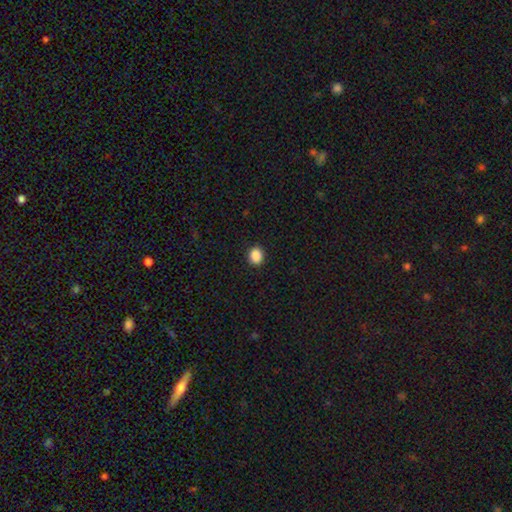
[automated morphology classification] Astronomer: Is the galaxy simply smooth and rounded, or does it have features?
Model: smooth — 87%.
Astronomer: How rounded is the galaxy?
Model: round — 68%.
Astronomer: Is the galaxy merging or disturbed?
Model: none — 91%.